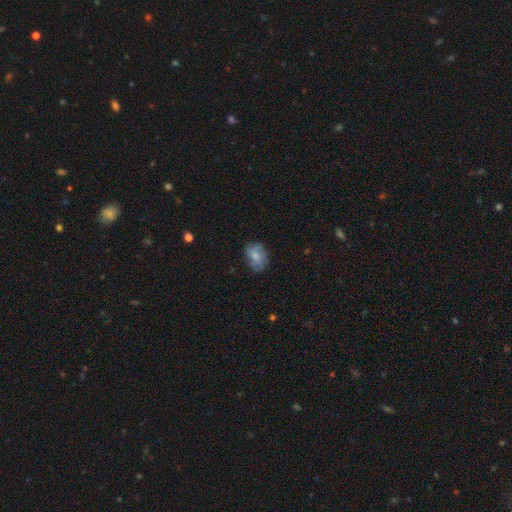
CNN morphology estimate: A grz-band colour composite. It shows a smooth galaxy with no disk features (64%) that is in between round and cigar-shaped (74%). Merging: none (68%).